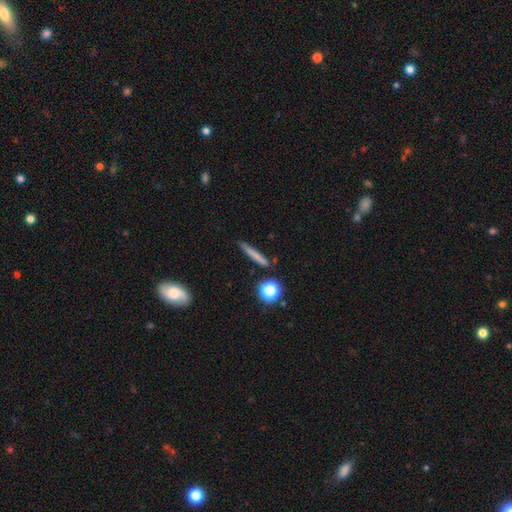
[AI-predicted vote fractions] This appears to be a smooth galaxy with no disk features (68%) that is cigar-shaped (89%). Merging: none (84%).